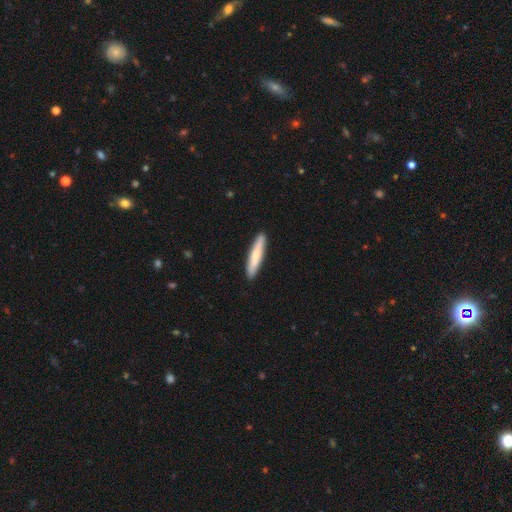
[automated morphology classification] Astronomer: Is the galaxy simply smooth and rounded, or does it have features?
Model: smooth — 71%.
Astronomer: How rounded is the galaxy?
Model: cigar-shaped — 91%.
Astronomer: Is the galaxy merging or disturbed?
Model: none — 91%.